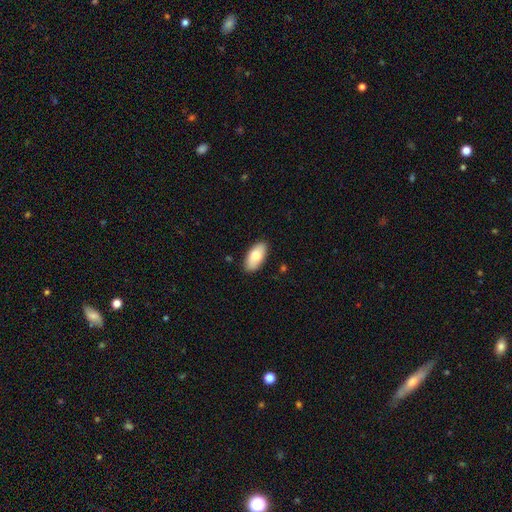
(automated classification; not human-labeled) A smooth galaxy with no disk features (79%) that is in between round and cigar-shaped (93%).

Vote fractions:
- Smooth or featured? smooth: 79% / featured or disk: 15% / star or artifact: 6%
- How rounded? in between: 93% / cigar-shaped: 5% / round: 2%
- Merging? none: 87% / minor disturbance: 10% / major disturbance: 2% / merger: 1%